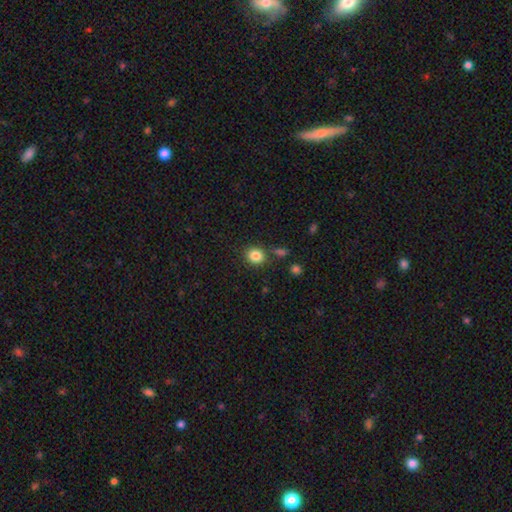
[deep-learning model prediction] smooth-or-featured: smooth: 84% | star or artifact: 11% | featured or disk: 5%
  how-rounded: round: 80% | in between: 19% | cigar-shaped: 1%
  merging: none: 82% | minor disturbance: 9% | merger: 6% | major disturbance: 3%